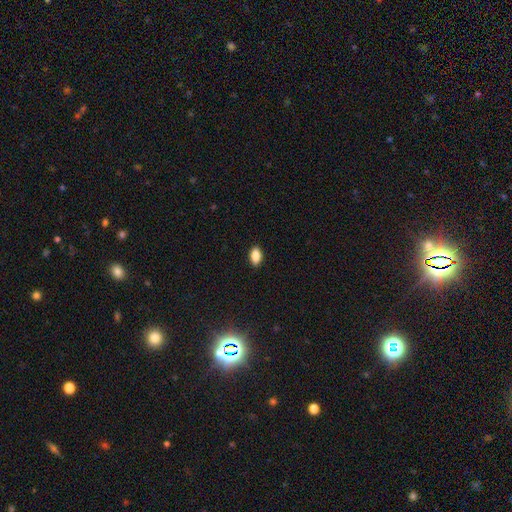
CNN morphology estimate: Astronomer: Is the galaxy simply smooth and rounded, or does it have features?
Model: smooth — 86%.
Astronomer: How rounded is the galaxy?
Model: in between — 90%.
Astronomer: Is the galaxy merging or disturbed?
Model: none — 89%.